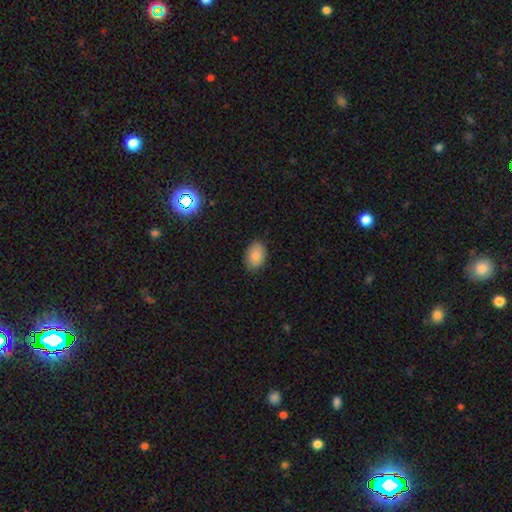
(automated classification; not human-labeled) Overall: smooth (85%). How rounded: in between (82%). Merging: none (87%).